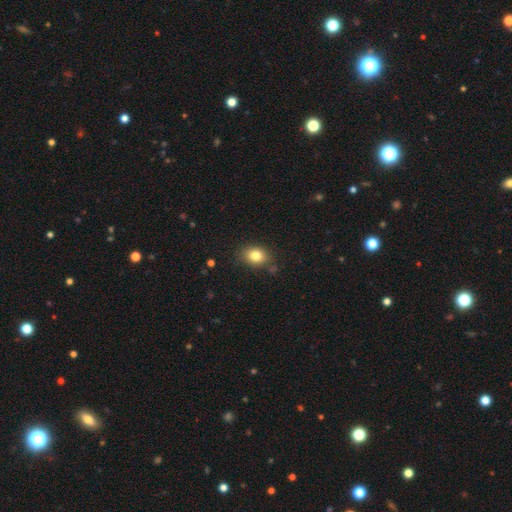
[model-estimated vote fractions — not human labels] Smooth or featured? Predicted: smooth (p=0.81). How rounded? Predicted: in between (p=0.51). Merging? Predicted: none (p=0.82).